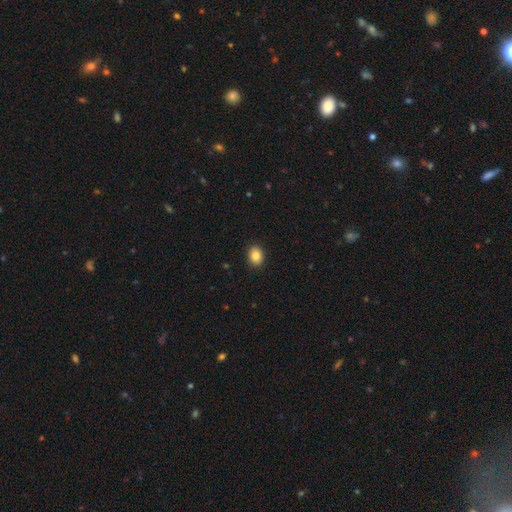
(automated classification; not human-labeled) smooth 86%, star or artifact 9%, featured or disk 5%. Down the decision tree: how rounded — in between (58%); merging — none (91%).